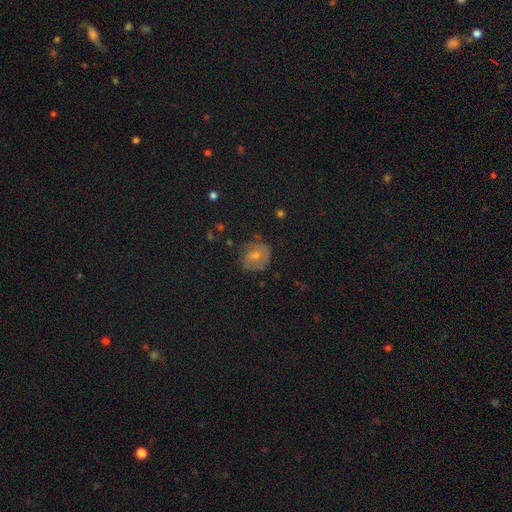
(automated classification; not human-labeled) A smooth galaxy with no disk features (48%).

Vote fractions:
- Smooth or featured? smooth: 48% / featured or disk: 40% / star or artifact: 11%
- Merging? none: 66% / minor disturbance: 23% / major disturbance: 9% / merger: 2%